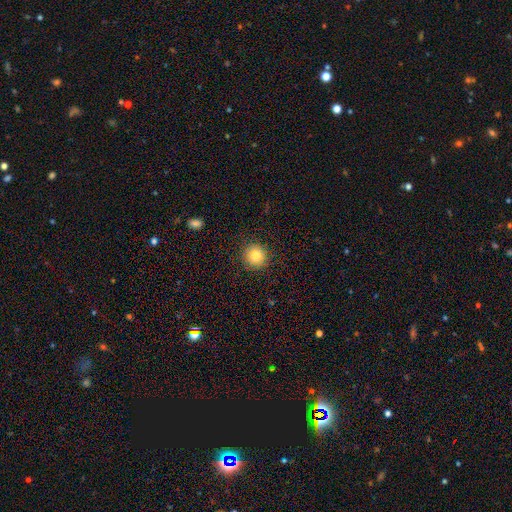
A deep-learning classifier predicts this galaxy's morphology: Overall: smooth (82%). How rounded: round (94%). Merging: none (90%).